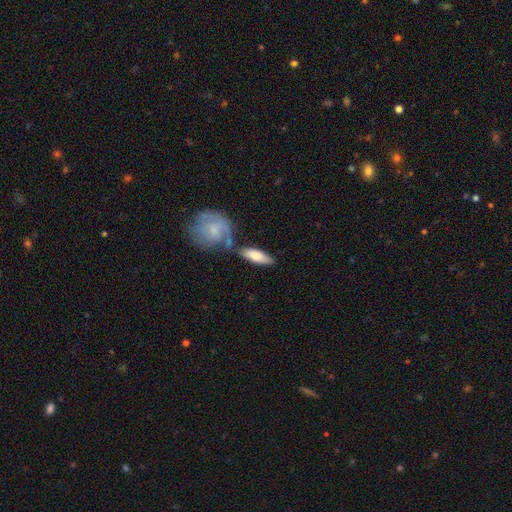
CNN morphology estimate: type=smooth (74%); roundness=in between (63%); merging=none (60%).